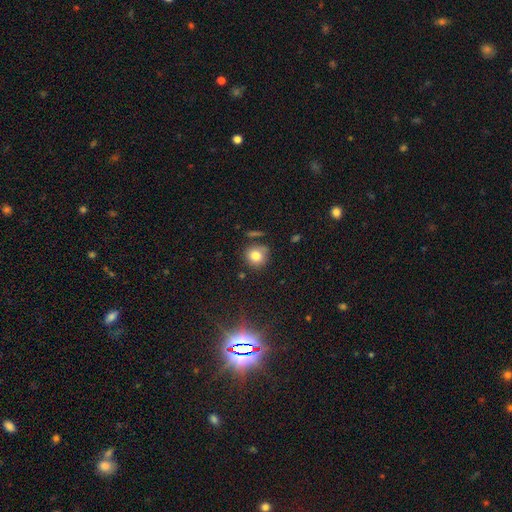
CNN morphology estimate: Smooth or featured? smooth (79%)
How rounded? round (87%)
Merging? none (76%)